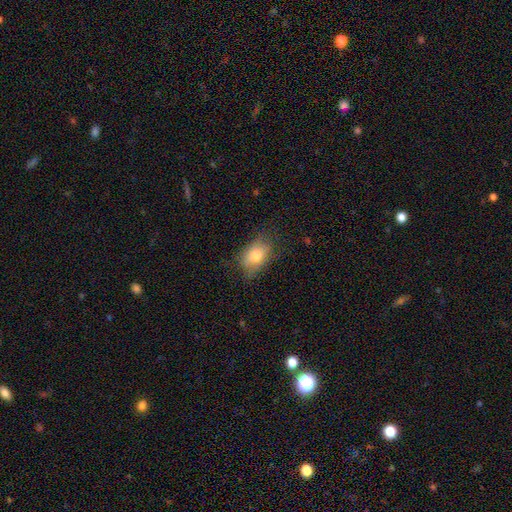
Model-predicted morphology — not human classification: Smooth or featured? Predicted: smooth (p=0.76). How rounded? Predicted: in between (p=0.85). Merging? Predicted: none (p=0.69).